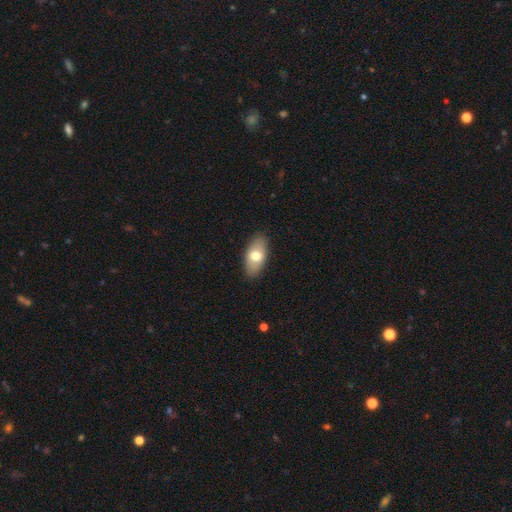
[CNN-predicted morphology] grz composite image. It shows a smooth galaxy with no disk features (70%) that is in between round and cigar-shaped (91%). Merging: none (88%).